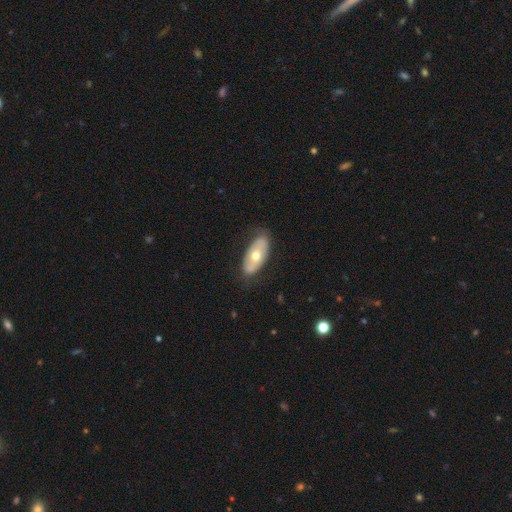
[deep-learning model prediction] This is possibly a smooth galaxy (51%). How rounded: clearly in between (90%). Merging: likely none (78%).